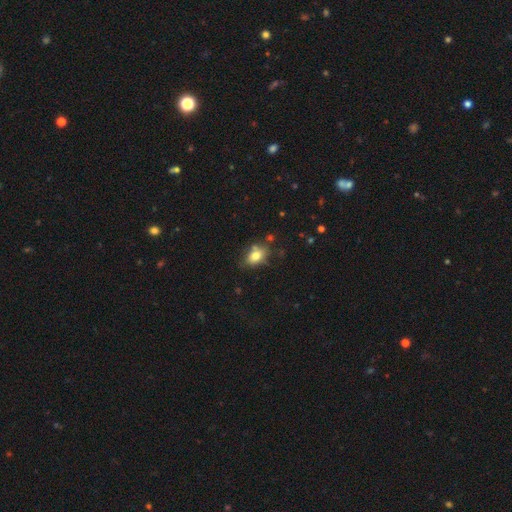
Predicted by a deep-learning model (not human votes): This is likely a smooth galaxy (77%). How rounded: likely in between (79%). Merging: likely none (65%).